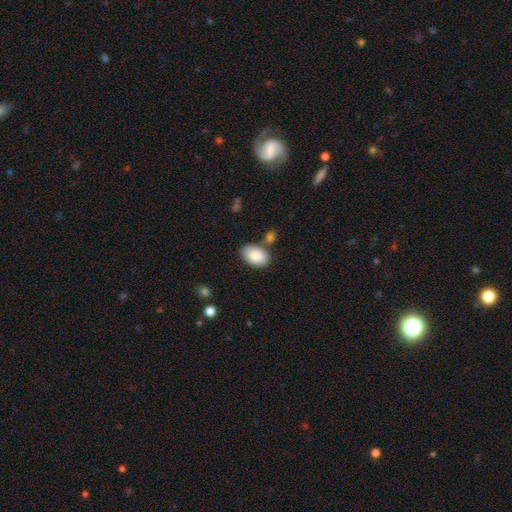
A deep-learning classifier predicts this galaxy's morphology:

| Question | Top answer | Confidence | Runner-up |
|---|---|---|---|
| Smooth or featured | smooth | 87% | featured or disk (7%) |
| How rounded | in between | 91% | round (7%) |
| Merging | none | 73% | minor disturbance (14%) |